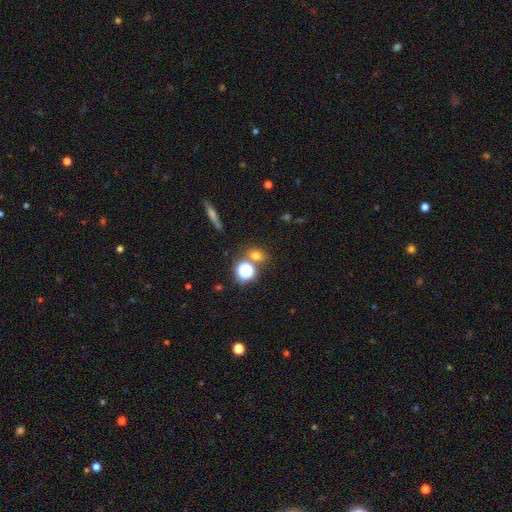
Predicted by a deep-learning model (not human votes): Overall: smooth (67%). How rounded: round (72%). Merging: none (73%).